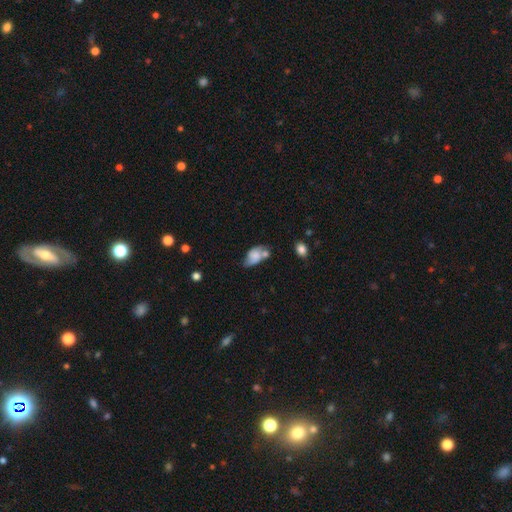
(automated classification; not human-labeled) Smooth or featured? Predicted: smooth (p=0.54). How rounded? Predicted: in between (p=0.88). Merging? Predicted: none (p=0.36).